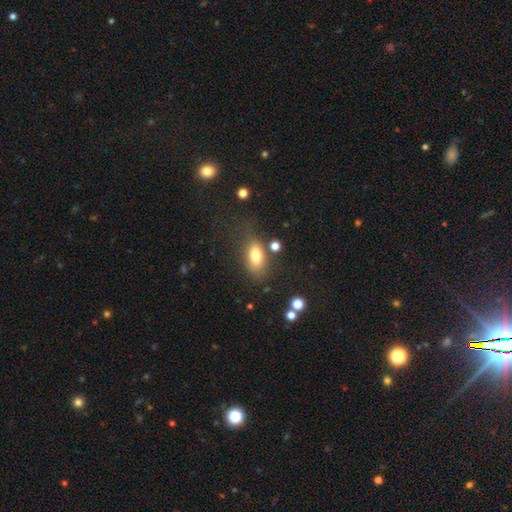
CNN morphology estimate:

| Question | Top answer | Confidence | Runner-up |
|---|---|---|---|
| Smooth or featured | smooth | 77% | featured or disk (13%) |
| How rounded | in between | 86% | round (9%) |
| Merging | none | 66% | minor disturbance (18%) |